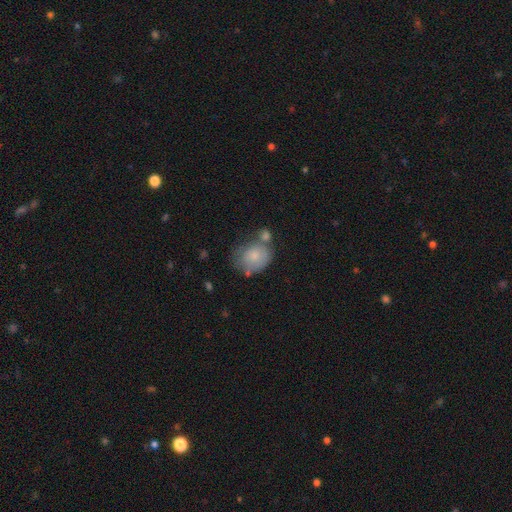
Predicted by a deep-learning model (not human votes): The model was most divided on "how rounded": in between: 53%, round: 46%, cigar-shaped: 1%. Remaining: smooth or featured — smooth (75%); merging — none (41%).